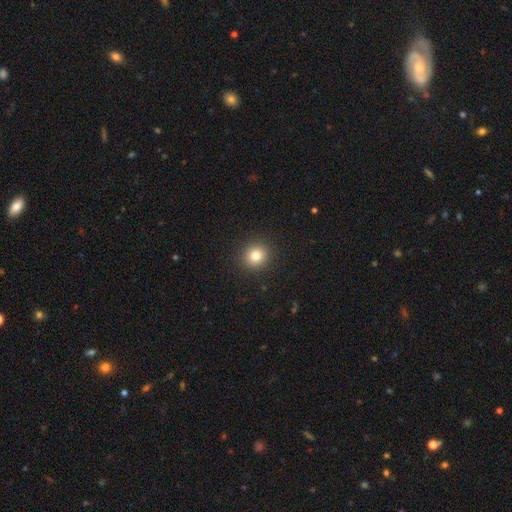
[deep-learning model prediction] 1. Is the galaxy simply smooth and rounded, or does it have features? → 81% smooth, 12% star or artifact, 7% featured or disk.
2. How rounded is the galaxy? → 89% round, 10% in between, 1% cigar-shaped.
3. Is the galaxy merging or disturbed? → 92% none, 5% minor disturbance, 2% major disturbance, 1% merger.